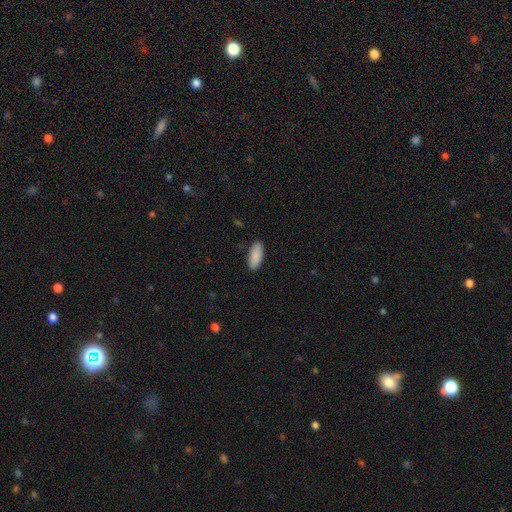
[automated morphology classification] This is clearly a smooth galaxy (90%). How rounded: clearly in between (82%). Merging: clearly none (88%).